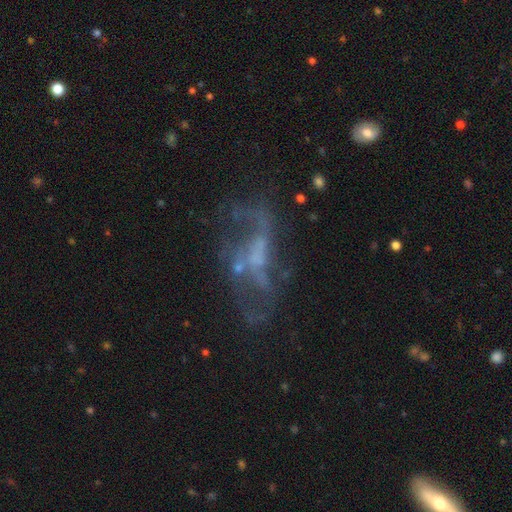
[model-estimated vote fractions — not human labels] smooth-or-featured: featured or disk: 72% | star or artifact: 15% | smooth: 13%
  disk-edge-on: no: 93% | yes: 7%
    bar: no: 54% | weak: 33% | strong: 13%
    has-spiral-arms: yes: 59% | no: 41%
    bulge-size: none: 48% | small: 32% | moderate: 16% | large: 3% | dominant: 1%
  merging: none: 44% | major disturbance: 31% | minor disturbance: 16% | merger: 9%